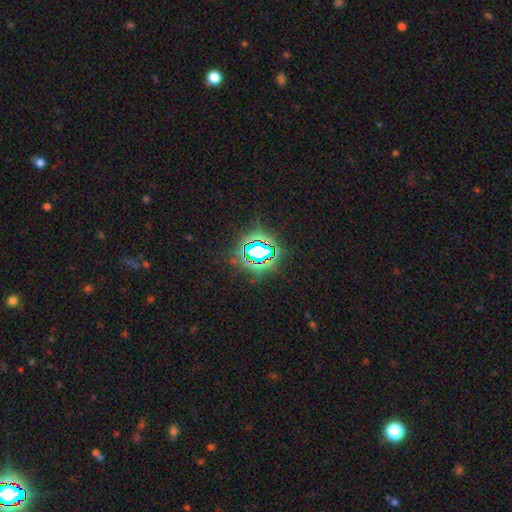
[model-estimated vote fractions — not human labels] smooth_or_featured: star or artifact (p=0.79) [alt: smooth p=0.13]